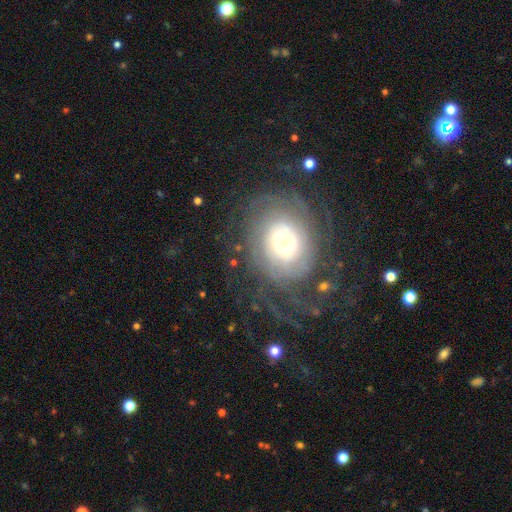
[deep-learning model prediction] smooth_or_featured: featured or disk (p=0.62) [alt: smooth p=0.23]
disk_edge_on: no (p=0.96) [alt: yes p=0.04]
bar: no (p=0.77) [alt: weak p=0.17]
has_spiral_arms: yes (p=0.81) [alt: no p=0.19]
bulge_size: moderate (p=0.44) [alt: large p=0.32]
merging: none (p=0.75) [alt: minor disturbance p=0.13]